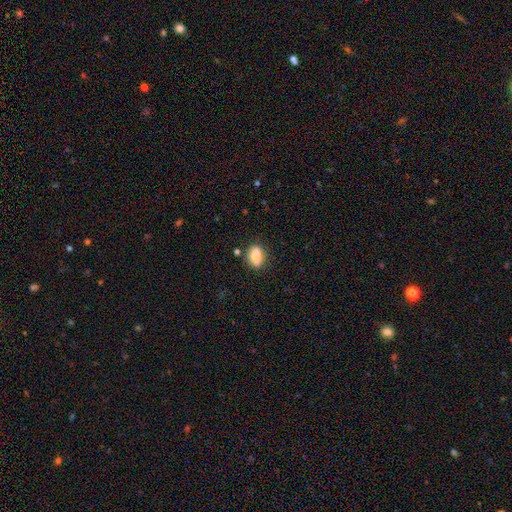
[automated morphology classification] Smooth or featured? Predicted: smooth (p=0.78). How rounded? Predicted: in between (p=0.76). Merging? Predicted: none (p=0.74).